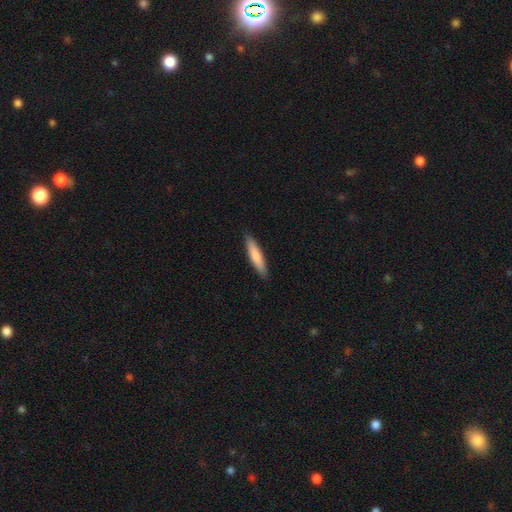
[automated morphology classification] The model was most divided on "smooth or featured": smooth: 80%, featured or disk: 15%, star or artifact: 5%. More confident: merging — none (90%); how rounded — cigar-shaped (86%).